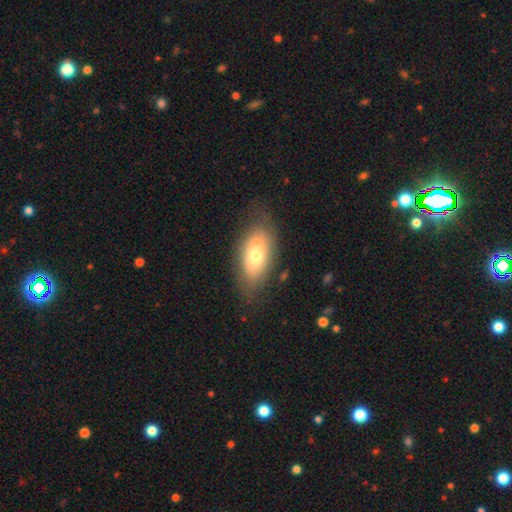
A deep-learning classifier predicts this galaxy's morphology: smooth-or-featured: smooth: 57% | featured or disk: 35% | star or artifact: 8%
  how-rounded: in between: 89% | round: 6% | cigar-shaped: 5%
  merging: none: 67% | minor disturbance: 20% | major disturbance: 7% | merger: 6%